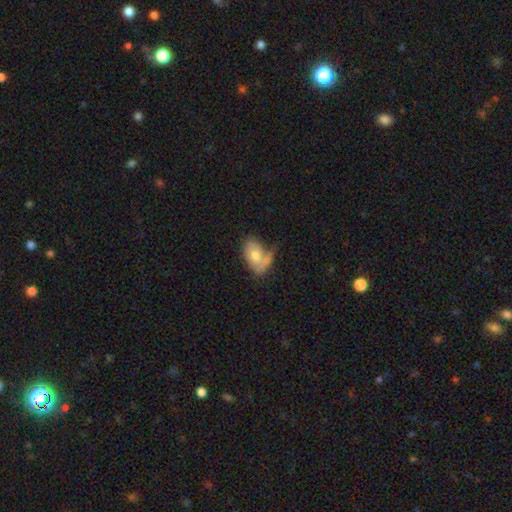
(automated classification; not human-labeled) smooth_or_featured: smooth (p=0.66) [alt: featured or disk p=0.27]
how_rounded: in between (p=0.88) [alt: round p=0.10]
merging: none (p=0.37) [alt: merger p=0.24]